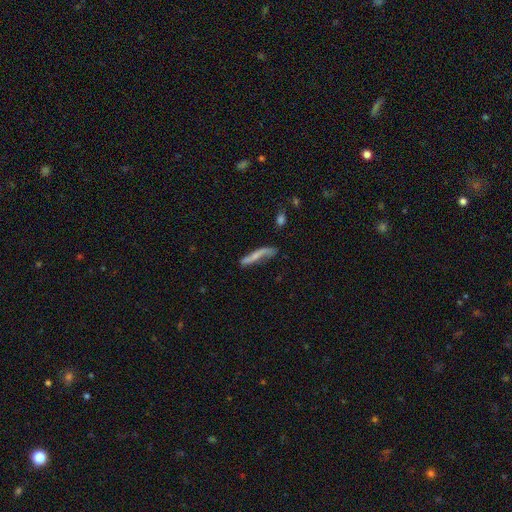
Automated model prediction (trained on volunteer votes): smooth_or_featured: smooth (p=0.50) [alt: featured or disk p=0.43]
merging: none (p=0.48) [alt: minor disturbance p=0.29]